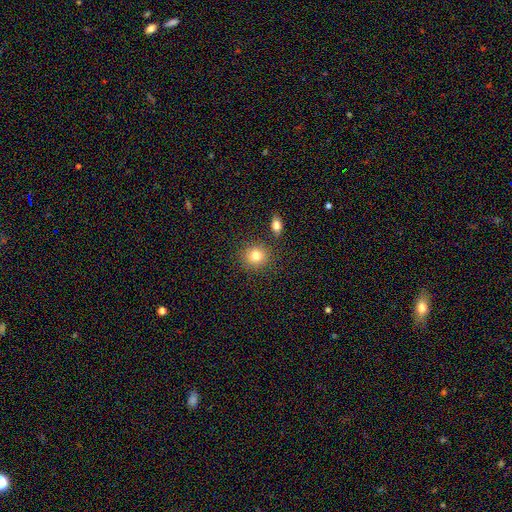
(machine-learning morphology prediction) Smooth or featured? smooth (81%)
How rounded? round (85%)
Merging? none (84%)